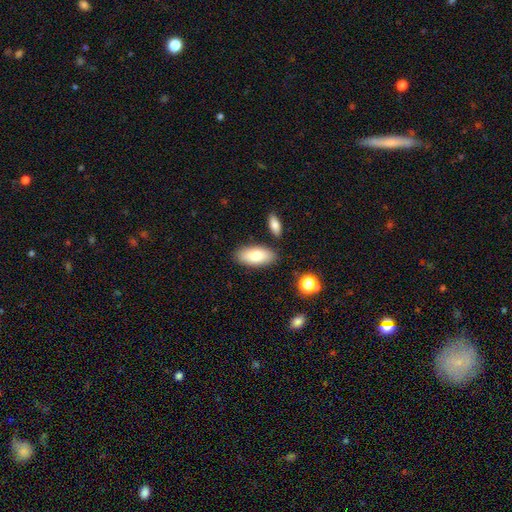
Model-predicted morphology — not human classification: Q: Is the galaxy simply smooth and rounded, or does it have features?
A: smooth — 78%.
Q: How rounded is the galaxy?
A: in between — 90%.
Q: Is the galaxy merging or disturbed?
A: none — 82%.